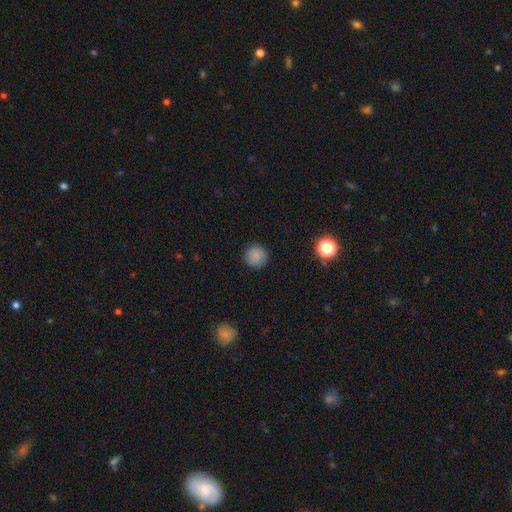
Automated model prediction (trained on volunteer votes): Morphology: type=smooth (85%); roundness=round (95%); merging=none (91%).